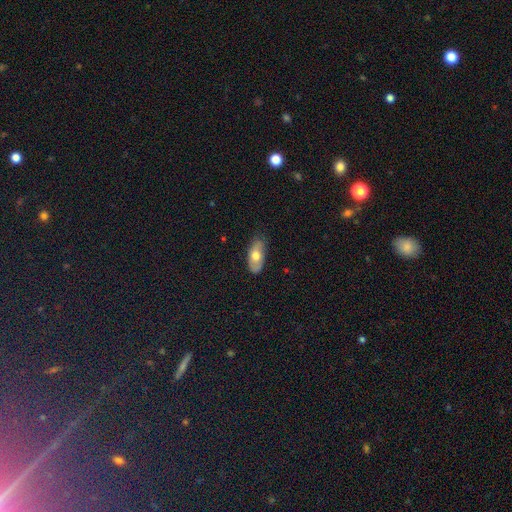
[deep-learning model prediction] This appears to be a smooth galaxy with no disk features (66%) that is in between round and cigar-shaped (87%). Merging: none (73%).